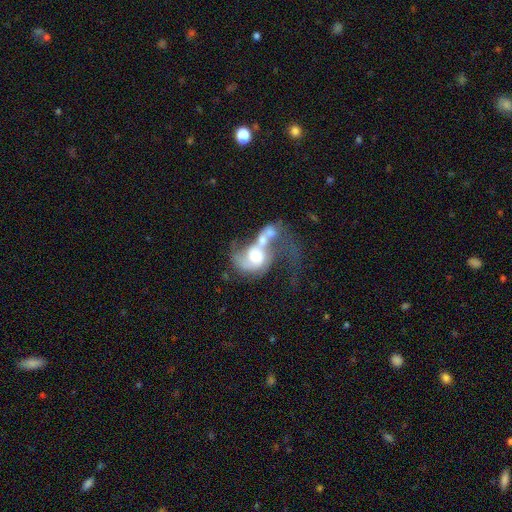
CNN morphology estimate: Q: Smooth or featured?
A: featured or disk (69%); runner-up: smooth (24%)
Q: Edge-on disk?
A: no (97%); runner-up: yes (3%)
Q: Bar?
A: no (71%); runner-up: weak (23%)
Q: Spiral arms?
A: yes (77%); runner-up: no (23%)
Q: Spiral winding?
A: loose (57%); runner-up: medium (30%)
Q: Spiral arm count?
A: 2 (48%); runner-up: 1 (31%)
Q: Bulge size?
A: moderate (46%); runner-up: large (29%)
Q: Merging?
A: merger (63%); runner-up: major disturbance (23%)